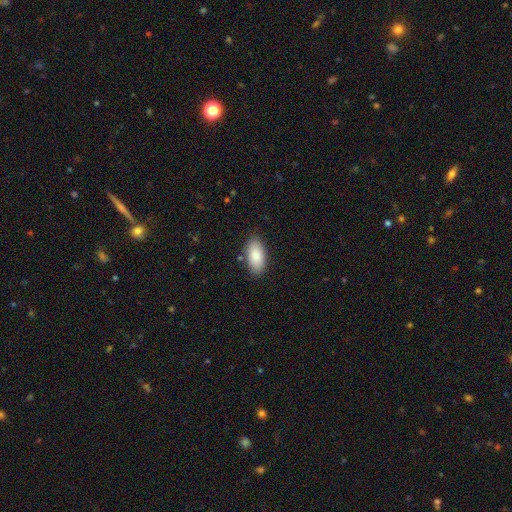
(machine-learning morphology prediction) This is clearly a smooth galaxy (87%). How rounded: clearly in between (93%). Merging: clearly none (85%).